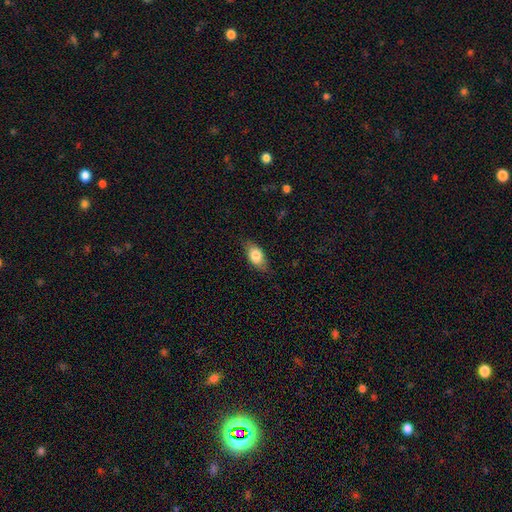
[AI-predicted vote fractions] Morphology: type=smooth (80%); roundness=in between (87%); merging=none (78%).